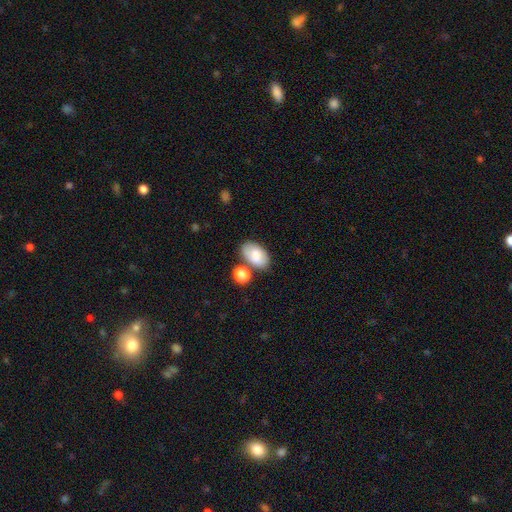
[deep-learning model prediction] Smooth or featured? Predicted: smooth (p=0.70). How rounded? Predicted: in between (p=0.91). Merging? Predicted: none (p=0.62).